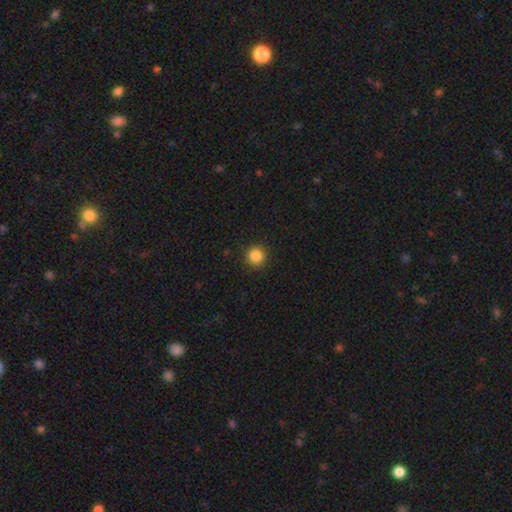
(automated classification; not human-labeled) Smooth or featured?
  - smooth: 85% *
  - star or artifact: 11%
  - featured or disk: 4%
How rounded?
  - round: 95% *
  - in between: 4%
  - cigar-shaped: 1%
Merging?
  - none: 92% *
  - minor disturbance: 5%
  - major disturbance: 2%
  - merger: 1%